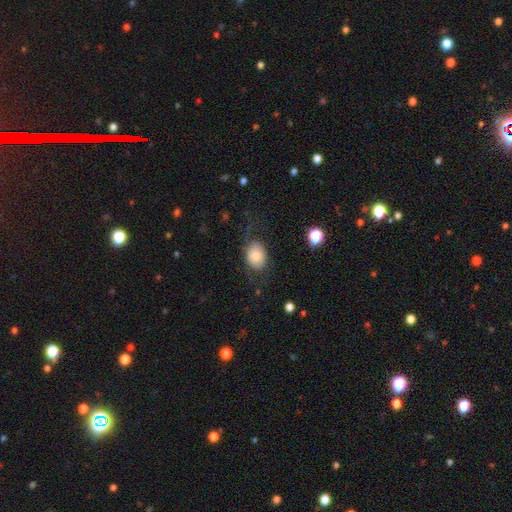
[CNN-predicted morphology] Smooth or featured?
  - smooth: 71% *
  - featured or disk: 20%
  - star or artifact: 9%
How rounded?
  - in between: 67% *
  - round: 32%
  - cigar-shaped: 1%
Merging?
  - none: 61% *
  - minor disturbance: 20%
  - major disturbance: 18%
  - merger: 2%